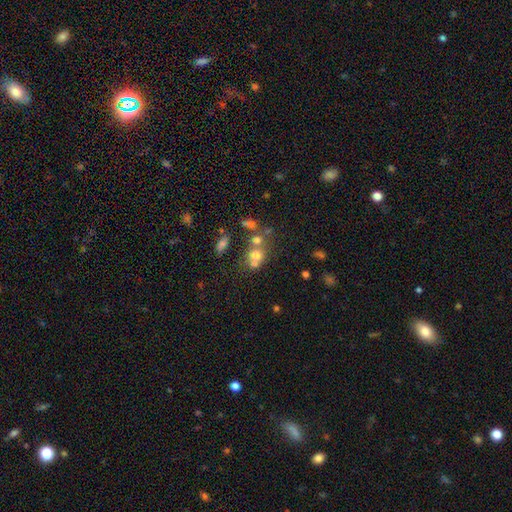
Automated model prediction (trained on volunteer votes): Morphology: type=smooth (63%); roundness=round (71%); merging=merger (46%).